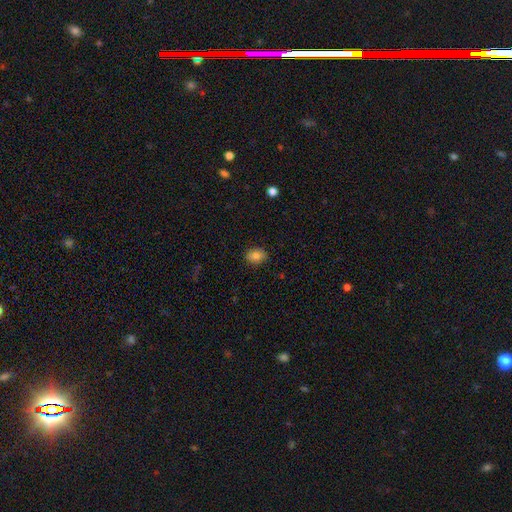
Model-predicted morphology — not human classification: smooth-or-featured: smooth: 81% | star or artifact: 10% | featured or disk: 9%
  how-rounded: round: 51% | in between: 48% | cigar-shaped: 1%
  merging: none: 86% | minor disturbance: 10% | major disturbance: 2% | merger: 1%